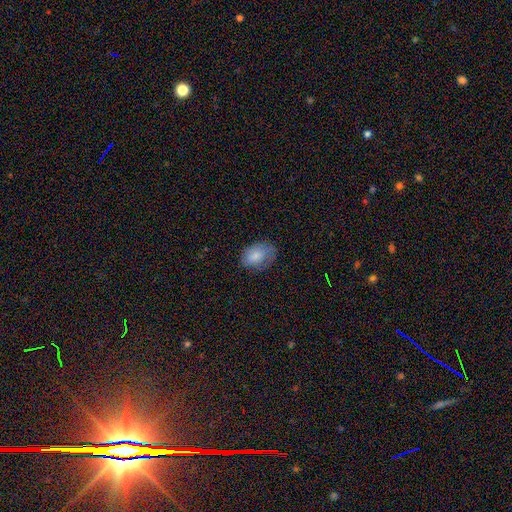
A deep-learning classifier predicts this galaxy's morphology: A smooth galaxy with no disk features (80%) that is in between round and cigar-shaped (85%).

Vote fractions:
- Smooth or featured? smooth: 80% / featured or disk: 13% / star or artifact: 7%
- How rounded? in between: 85% / round: 14% / cigar-shaped: 1%
- Merging? none: 64% / minor disturbance: 26% / major disturbance: 9% / merger: 1%